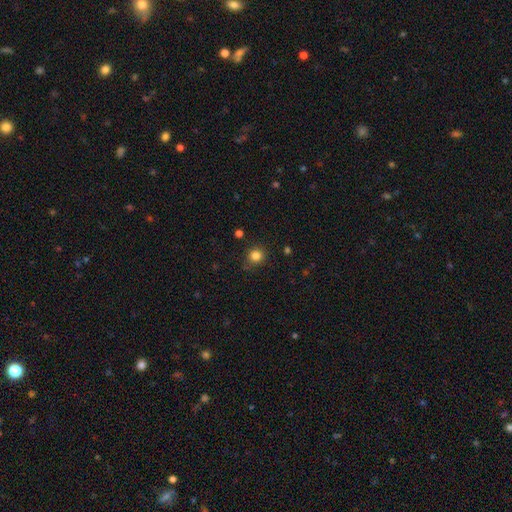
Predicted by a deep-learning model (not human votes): A smooth galaxy with no disk features (83%) that is round (92%).

Vote fractions:
- Smooth or featured? smooth: 83% / star or artifact: 13% / featured or disk: 4%
- How rounded? round: 92% / in between: 7% / cigar-shaped: 1%
- Merging? none: 85% / minor disturbance: 10% / major disturbance: 3% / merger: 2%